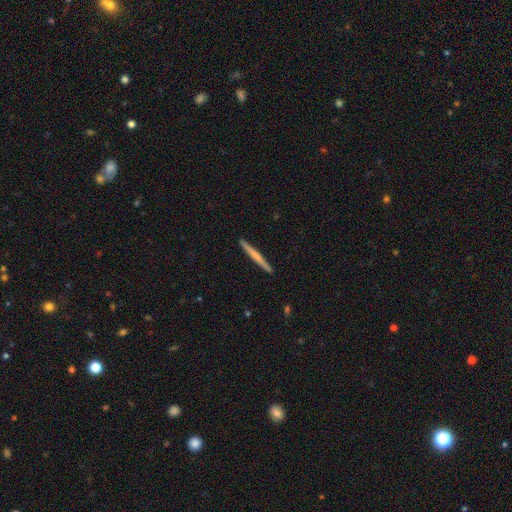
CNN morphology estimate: smooth 50%, featured or disk 45%, star or artifact 5%. Down the decision tree: merging — none (93%).